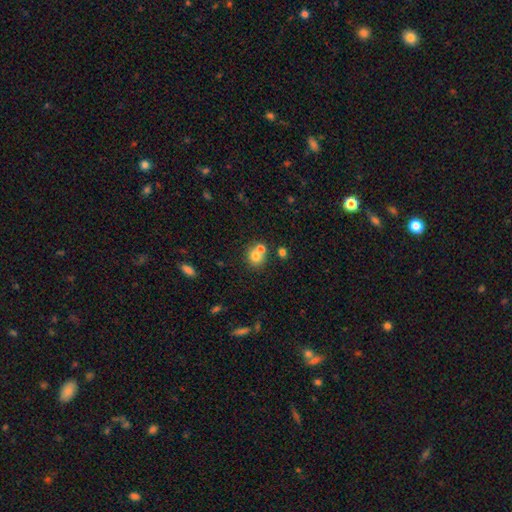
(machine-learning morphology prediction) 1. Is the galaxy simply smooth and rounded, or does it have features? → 73% smooth, 14% featured or disk, 12% star or artifact.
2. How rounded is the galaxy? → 79% round, 20% in between, 1% cigar-shaped.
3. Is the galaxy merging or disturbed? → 46% none, 44% merger, 8% minor disturbance, 3% major disturbance.